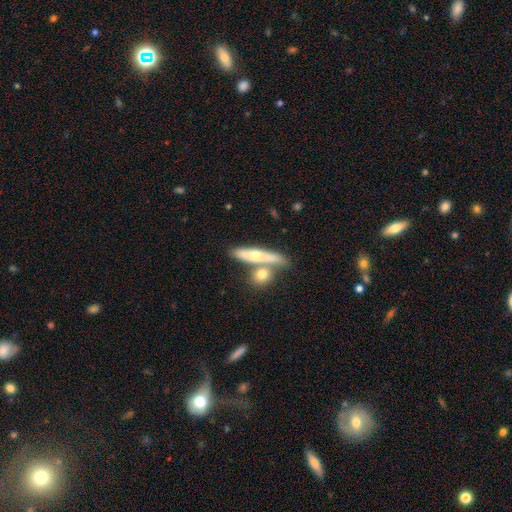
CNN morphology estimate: Overall: featured or disk (50%; smooth 43%). Merging: none (55%; merger 30%).